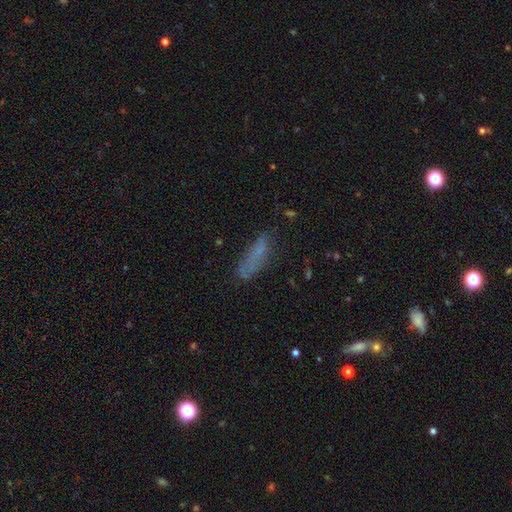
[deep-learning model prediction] smooth 62%, featured or disk 21%, star or artifact 17%. Down the decision tree: how rounded — cigar-shaped (60%); merging — none (59%).